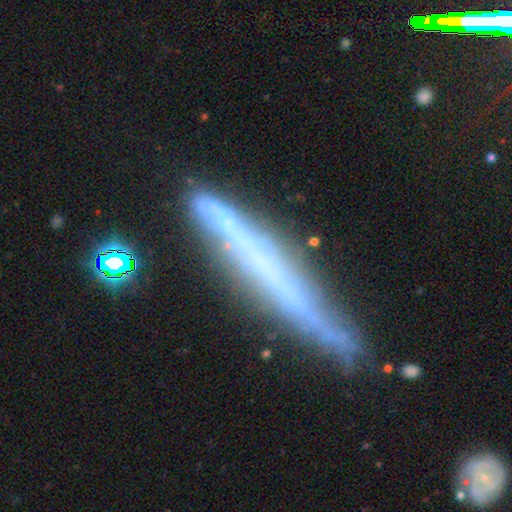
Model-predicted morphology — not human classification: A featured or disk galaxy (70%) viewed edge-on (91%) with no central bulge (80%). Merging: none (71%).